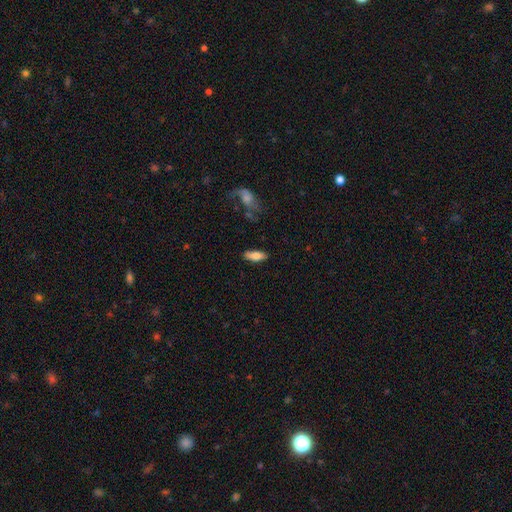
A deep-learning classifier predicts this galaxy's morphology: A smooth galaxy with no disk features (75%) that is in between round and cigar-shaped (71%). Merging: none (83%).